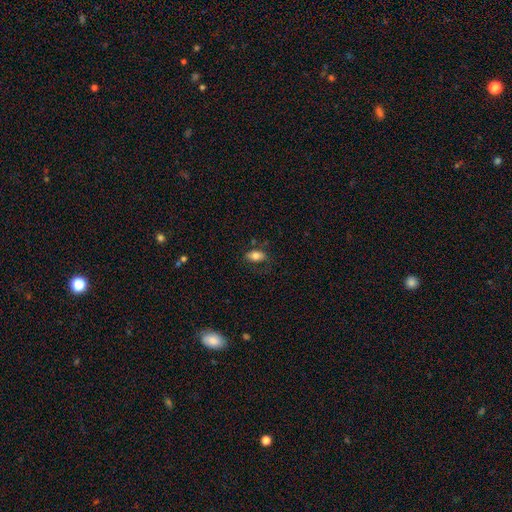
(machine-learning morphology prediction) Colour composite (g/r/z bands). It shows a smooth galaxy with no disk features (77%) that is in between round and cigar-shaped (90%). Merging: none (69%).